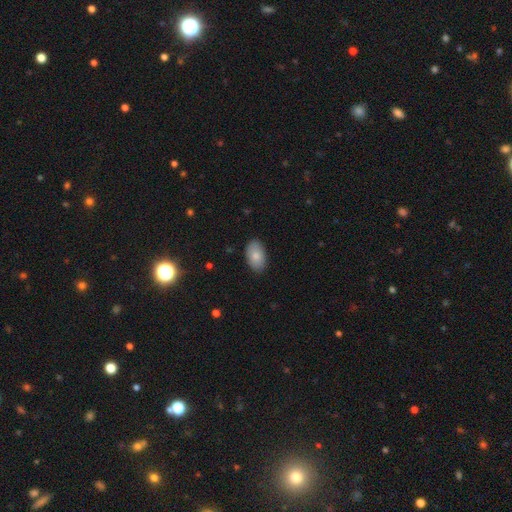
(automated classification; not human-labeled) A smooth galaxy with no disk features (82%) that is in between round and cigar-shaped (94%).

Vote fractions:
- Smooth or featured? smooth: 82% / featured or disk: 11% / star or artifact: 7%
- How rounded? in between: 94% / round: 5% / cigar-shaped: 1%
- Merging? none: 86% / minor disturbance: 11% / major disturbance: 2% / merger: 1%